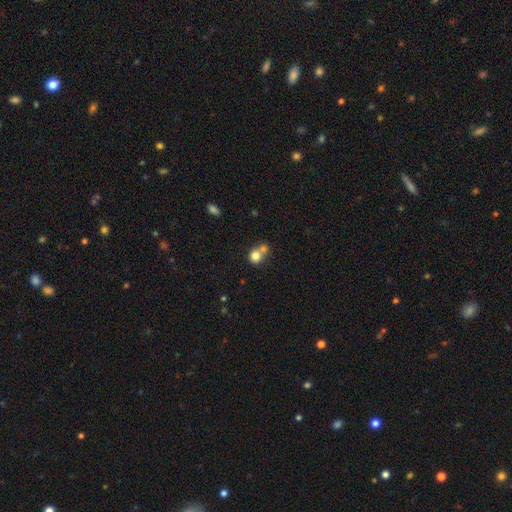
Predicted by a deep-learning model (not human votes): Overall: smooth (78%). How rounded: round (78%). Merging: merger (52%; none 36%).